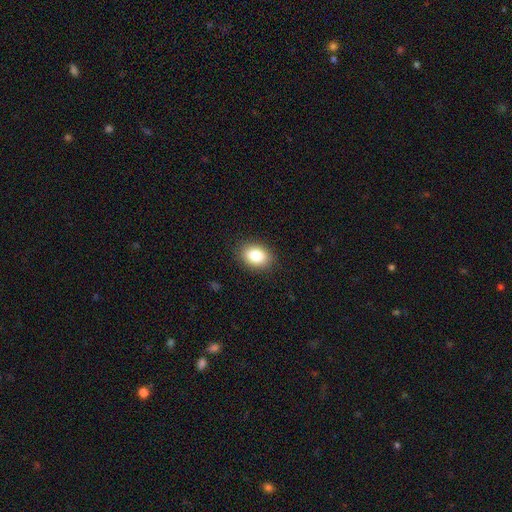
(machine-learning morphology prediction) Smooth or featured: smooth — 85% (star or artifact — 8%)
How rounded: in between — 78% (round — 21%)
Merging: none — 88% (minor disturbance — 8%)